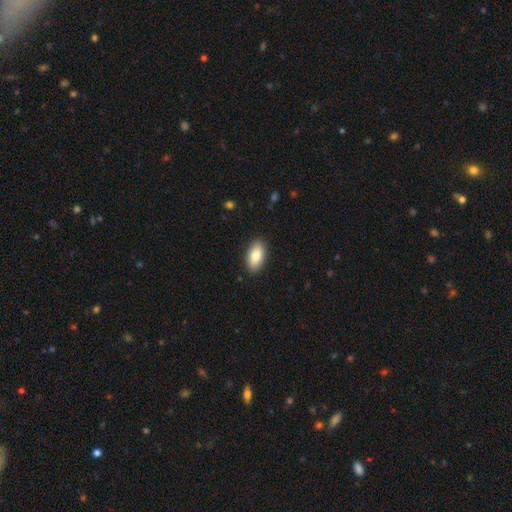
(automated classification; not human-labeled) smooth 84%, featured or disk 10%, star or artifact 6%. Down the decision tree: how rounded — in between (93%); merging — none (89%).